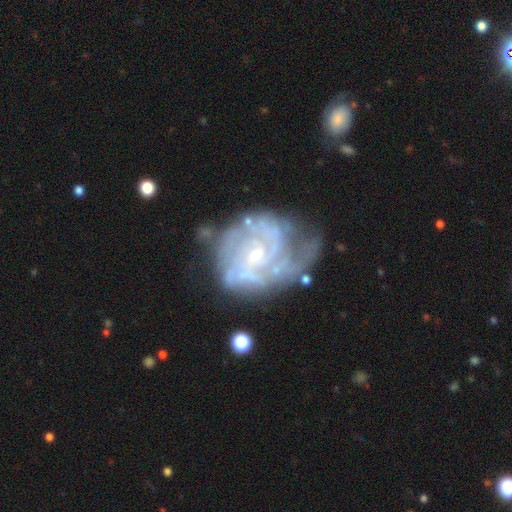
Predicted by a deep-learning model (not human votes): smooth_or_featured: featured or disk (p=0.85) [alt: smooth p=0.09]
disk_edge_on: no (p=0.98) [alt: yes p=0.02]
bar: no (p=0.64) [alt: weak p=0.30]
has_spiral_arms: yes (p=0.92) [alt: no p=0.08]
spiral_winding: tight (p=0.57) [alt: medium p=0.33]
spiral_arm_count: can't tell (p=0.37) [alt: 2 p=0.25]
bulge_size: small (p=0.70) [alt: moderate p=0.24]
merging: none (p=0.52) [alt: minor disturbance p=0.25]